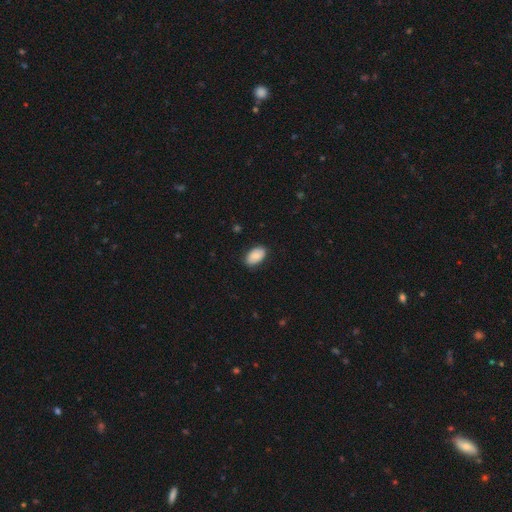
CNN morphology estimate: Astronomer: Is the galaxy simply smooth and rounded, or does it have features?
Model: smooth — 85%.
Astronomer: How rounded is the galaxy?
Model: in between — 93%.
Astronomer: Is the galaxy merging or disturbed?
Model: none — 84%.